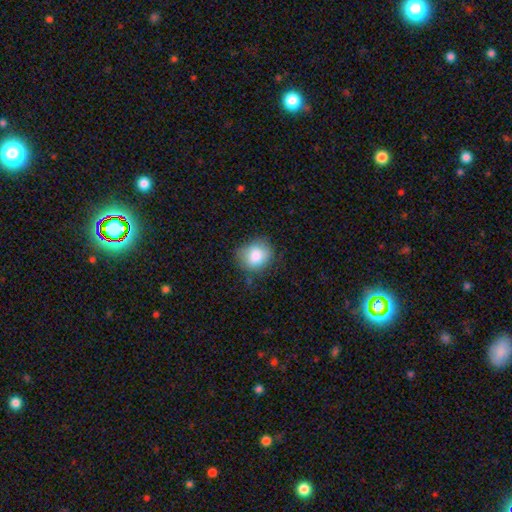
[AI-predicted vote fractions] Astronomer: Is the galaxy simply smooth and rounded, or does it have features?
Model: smooth — 85%.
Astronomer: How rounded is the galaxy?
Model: round — 62%.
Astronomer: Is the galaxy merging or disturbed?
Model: none — 69%.